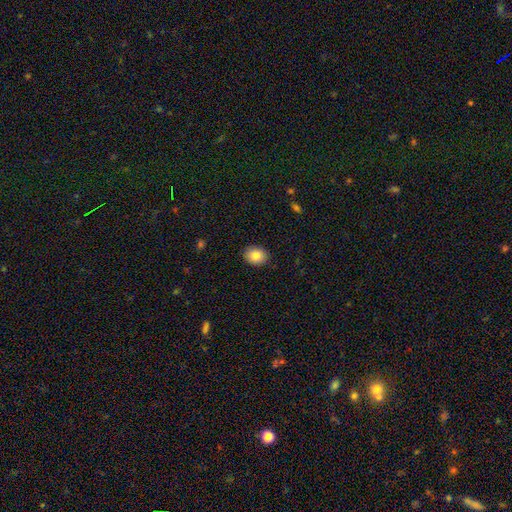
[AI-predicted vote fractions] Smooth or featured?
  - smooth: 85% *
  - star or artifact: 8%
  - featured or disk: 7%
How rounded?
  - in between: 54% *
  - round: 45%
  - cigar-shaped: 1%
Merging?
  - none: 90% *
  - minor disturbance: 7%
  - major disturbance: 2%
  - merger: 1%